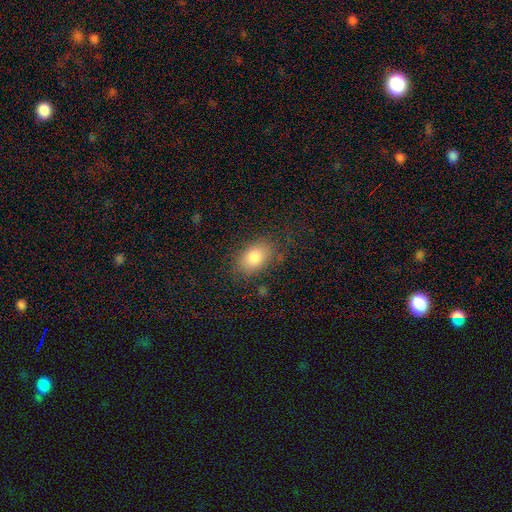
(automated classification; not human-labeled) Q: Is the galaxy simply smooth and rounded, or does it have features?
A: smooth — 82%.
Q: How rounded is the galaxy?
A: in between — 87%.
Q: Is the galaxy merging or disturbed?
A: none — 74%.